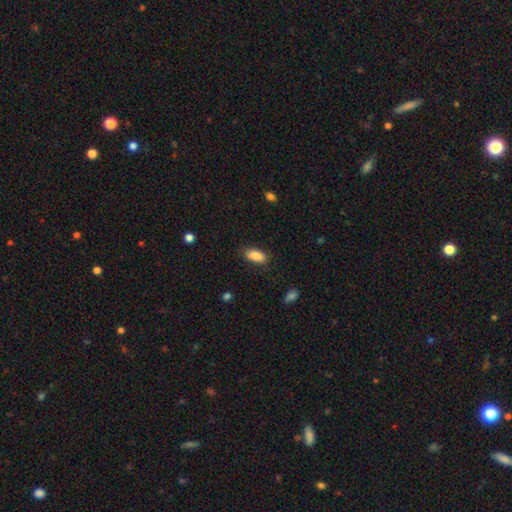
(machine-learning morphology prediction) Smooth or featured: smooth — 88% (star or artifact — 7%)
How rounded: in between — 90% (cigar-shaped — 8%)
Merging: none — 84% (minor disturbance — 12%)